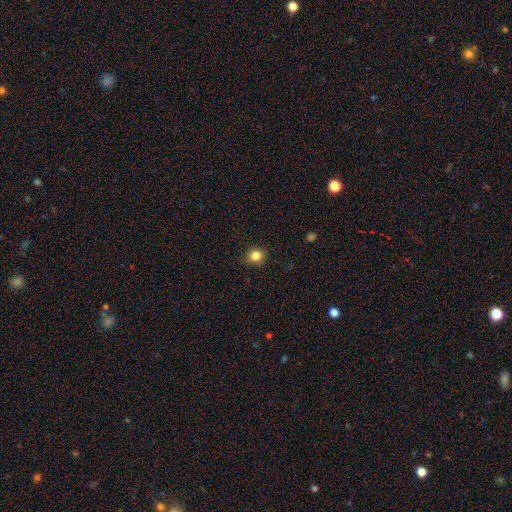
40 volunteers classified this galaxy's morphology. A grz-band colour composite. It shows a smooth galaxy with no disk features (90%) that is round (72%). Merging: none (97%).